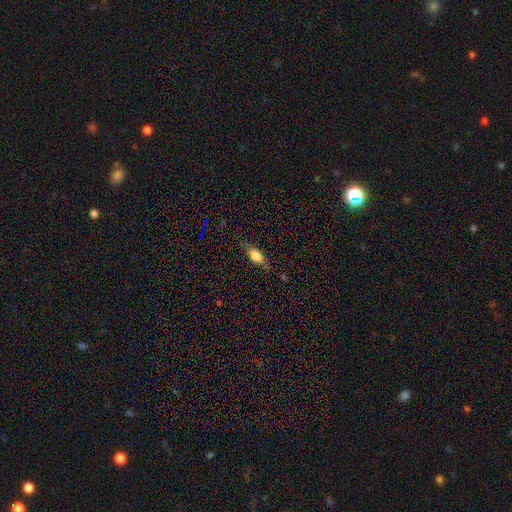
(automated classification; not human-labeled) smooth_or_featured: smooth (p=0.74) [alt: featured or disk p=0.17]
how_rounded: in between (p=0.78) [alt: cigar-shaped p=0.15]
merging: none (p=0.74) [alt: minor disturbance p=0.19]